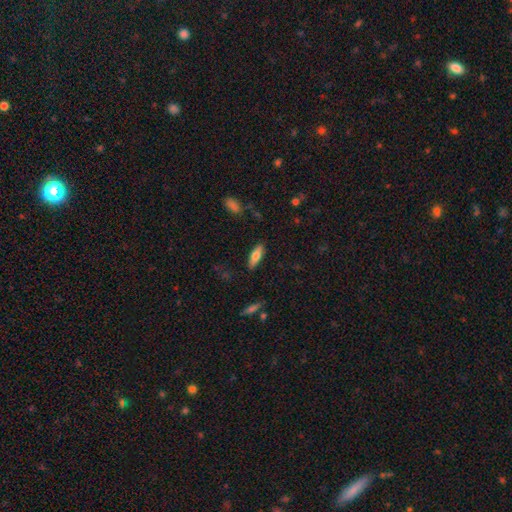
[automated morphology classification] smooth 68%, featured or disk 25%, star or artifact 7%. Down the decision tree: how rounded — in between (59%); merging — none (86%).